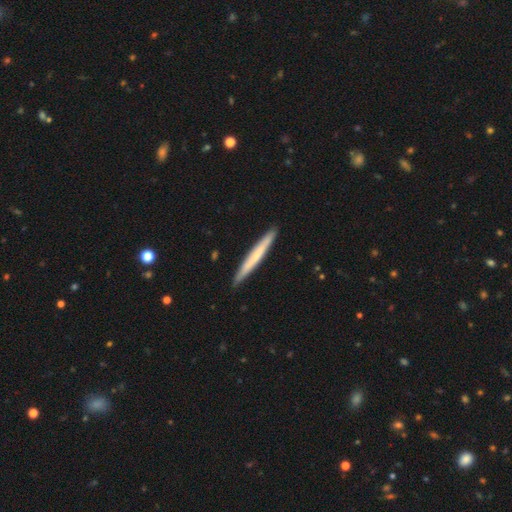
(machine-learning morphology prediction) type=smooth (52%); roundness=cigar-shaped (97%); merging=none (91%).